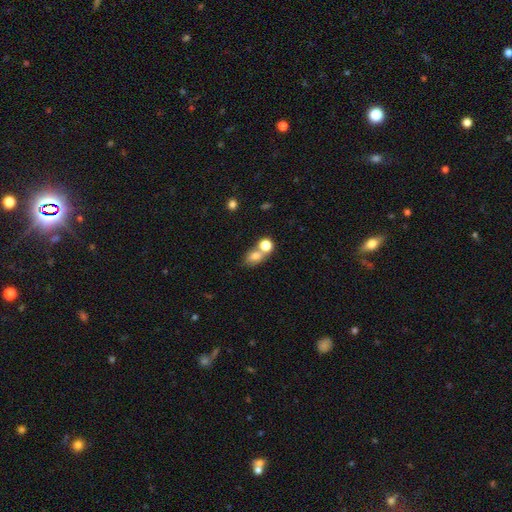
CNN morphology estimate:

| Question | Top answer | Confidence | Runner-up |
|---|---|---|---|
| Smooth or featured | smooth | 75% | featured or disk (13%) |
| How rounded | in between | 60% | round (38%) |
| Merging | merger | 46% | none (40%) |